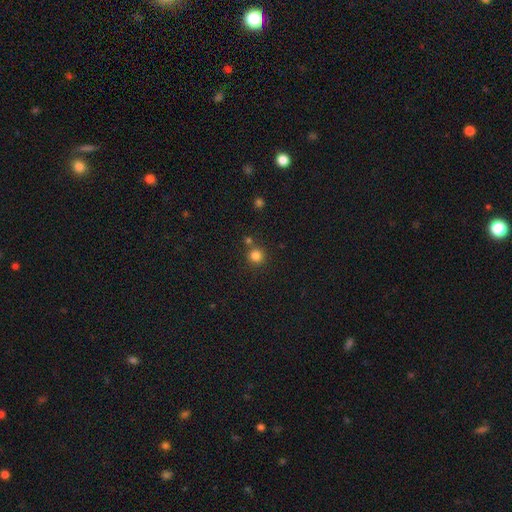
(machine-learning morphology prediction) This is clearly a smooth galaxy (82%). How rounded: clearly round (93%). Merging: likely none (77%).